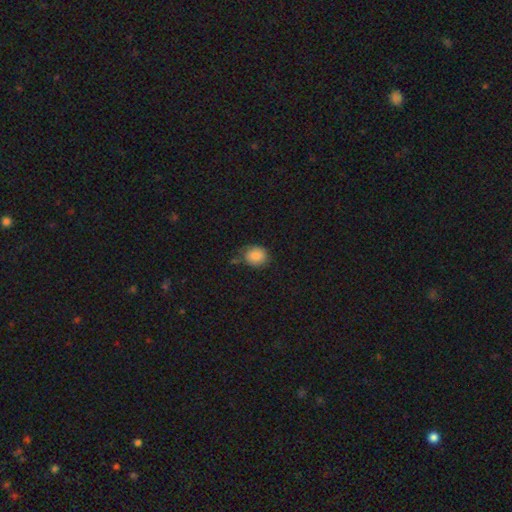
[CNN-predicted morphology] Q: Smooth or featured?
A: smooth (86%); runner-up: star or artifact (8%)
Q: How rounded?
A: round (72%); runner-up: in between (27%)
Q: Merging?
A: none (67%); runner-up: minor disturbance (22%)